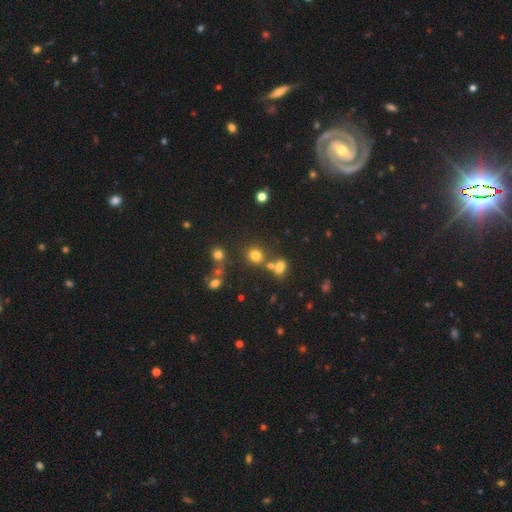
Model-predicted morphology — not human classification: This appears to be a smooth galaxy with no disk features (75%) that is round (79%). Merging: none (64%).